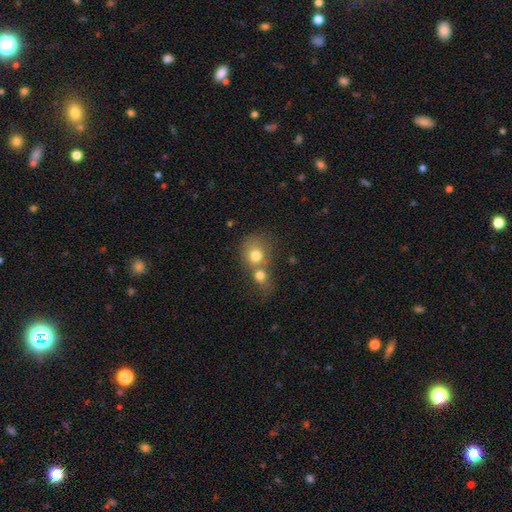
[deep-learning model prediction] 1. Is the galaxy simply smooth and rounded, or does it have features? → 75% smooth, 15% featured or disk, 11% star or artifact.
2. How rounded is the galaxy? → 74% round, 24% in between, 1% cigar-shaped.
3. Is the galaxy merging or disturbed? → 60% merger, 28% none, 7% minor disturbance, 4% major disturbance.